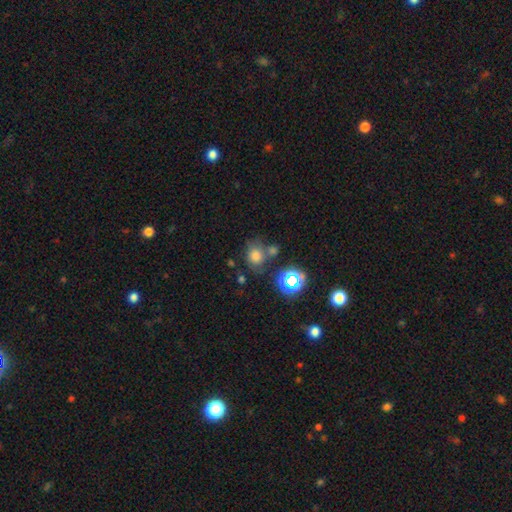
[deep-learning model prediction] Smooth or featured? smooth (71%)
How rounded? round (69%)
Merging? none (56%)